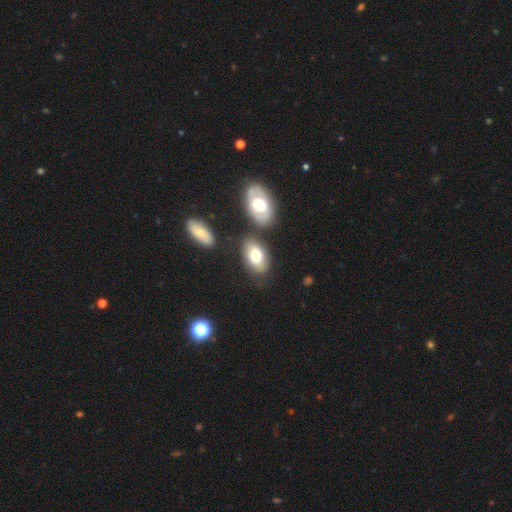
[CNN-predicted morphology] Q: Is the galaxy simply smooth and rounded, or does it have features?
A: smooth — 72%.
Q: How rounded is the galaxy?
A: in between — 91%.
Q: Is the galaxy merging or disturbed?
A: none — 69%.